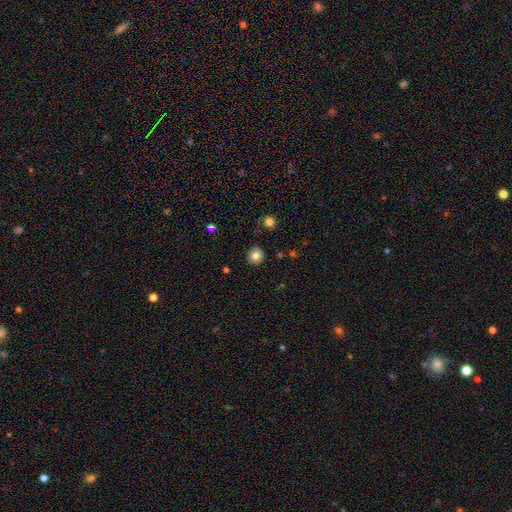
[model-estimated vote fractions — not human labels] Q: Smooth or featured?
A: smooth (82%); runner-up: star or artifact (10%)
Q: How rounded?
A: round (90%); runner-up: in between (9%)
Q: Merging?
A: none (89%); runner-up: minor disturbance (8%)